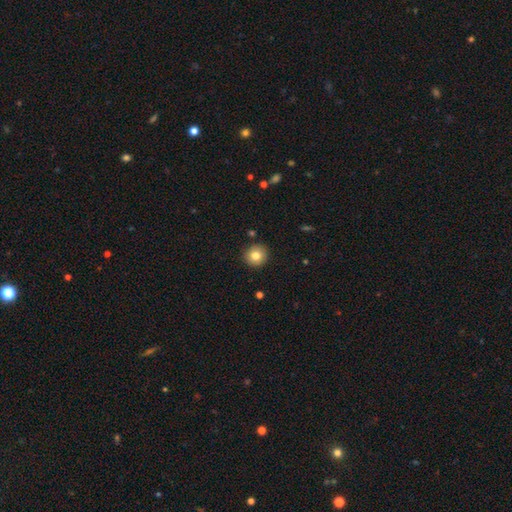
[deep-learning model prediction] This appears to be a smooth galaxy with no disk features (80%) that is round (93%). Merging: none (91%).